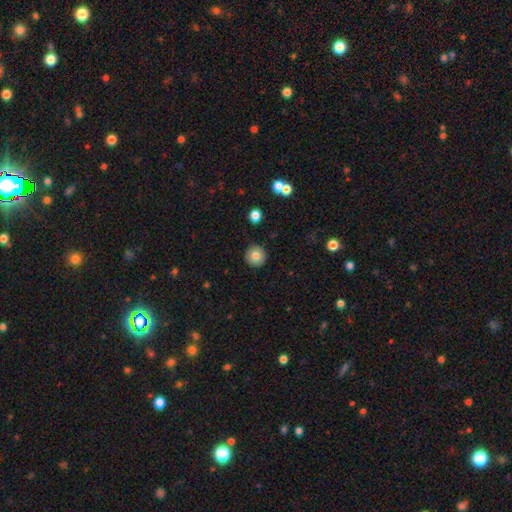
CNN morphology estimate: A smooth galaxy with no disk features (79%) that is round (95%). Merging: none (91%).